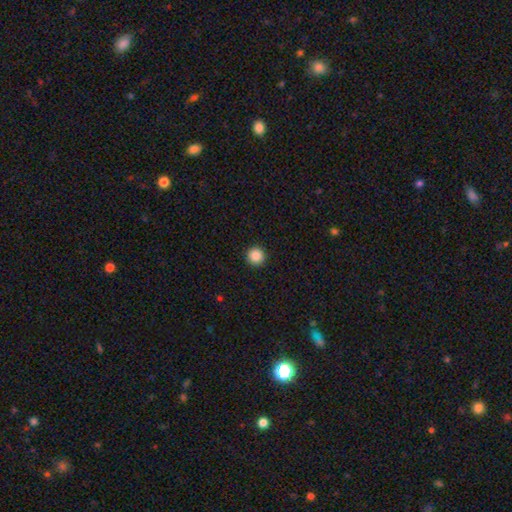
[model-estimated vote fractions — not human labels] Smooth or featured? Predicted: smooth (p=0.87). How rounded? Predicted: round (p=0.96). Merging? Predicted: none (p=0.94).